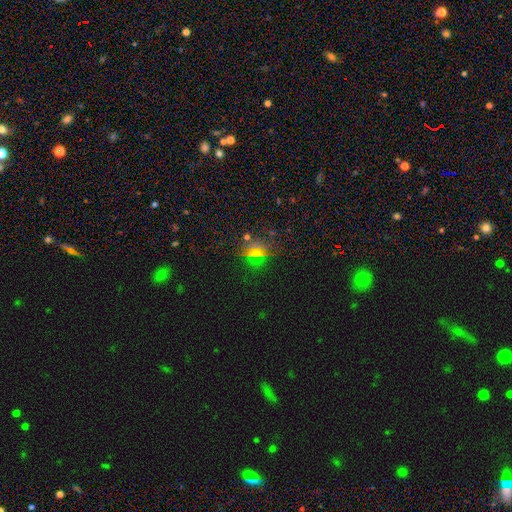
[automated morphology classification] A star or artifact, not a galaxy (52%).